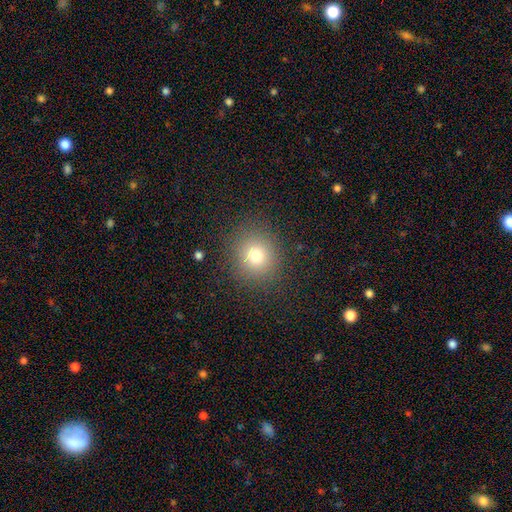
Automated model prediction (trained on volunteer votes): smooth-or-featured: smooth: 74% | star or artifact: 16% | featured or disk: 10%
  how-rounded: round: 88% | in between: 11% | cigar-shaped: 1%
  merging: none: 87% | minor disturbance: 8% | major disturbance: 4% | merger: 1%